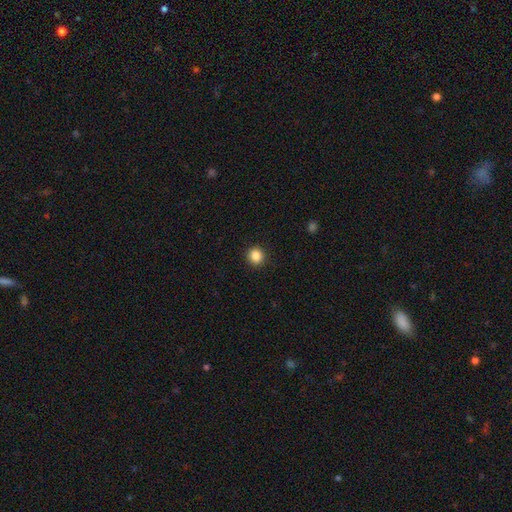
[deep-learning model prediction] This appears to be a smooth galaxy with no disk features (86%) that is round (91%). Merging: none (92%).